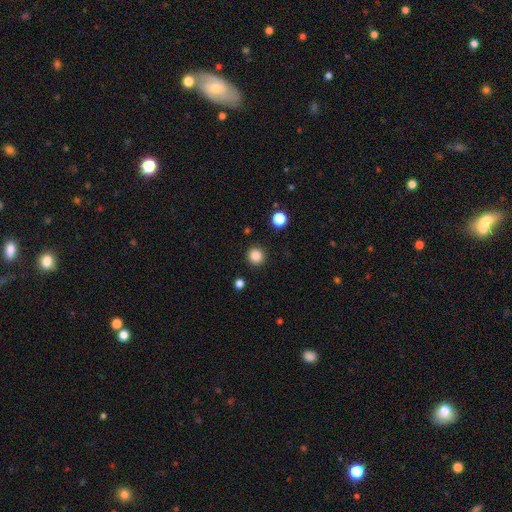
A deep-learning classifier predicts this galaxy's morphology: smooth_or_featured: smooth (p=0.86) [alt: star or artifact p=0.11]
how_rounded: round (p=0.93) [alt: in between p=0.06]
merging: none (p=0.91) [alt: minor disturbance p=0.05]